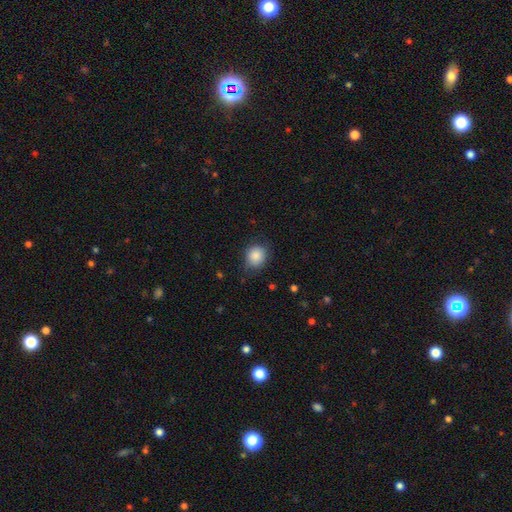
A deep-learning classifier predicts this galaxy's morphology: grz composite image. It shows a smooth galaxy with no disk features (87%) that is round (74%). Merging: none (78%).